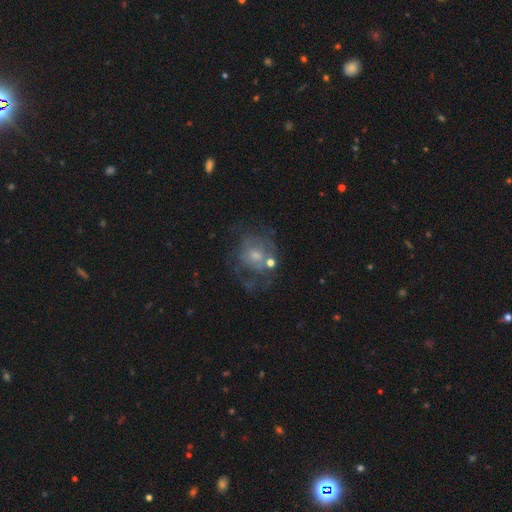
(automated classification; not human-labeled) Smooth or featured: featured or disk — 60% (smooth — 25%)
Edge-on disk: no — 97% (yes — 3%)
Bar: no — 75% (weak — 21%)
Spiral arms: yes — 54% (no — 46%)
Bulge size: small — 48% (moderate — 41%)
Merging: none — 50% (major disturbance — 21%)